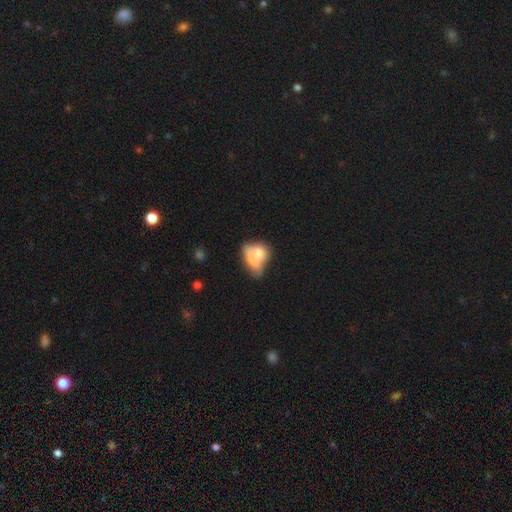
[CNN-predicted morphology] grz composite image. It shows a smooth galaxy with no disk features (62%) that is in between round and cigar-shaped (63%). Merging: merger (55%).